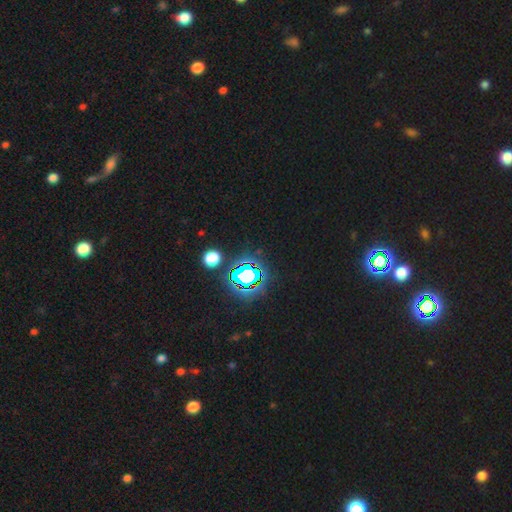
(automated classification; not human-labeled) A star or artifact, not a galaxy (81%).